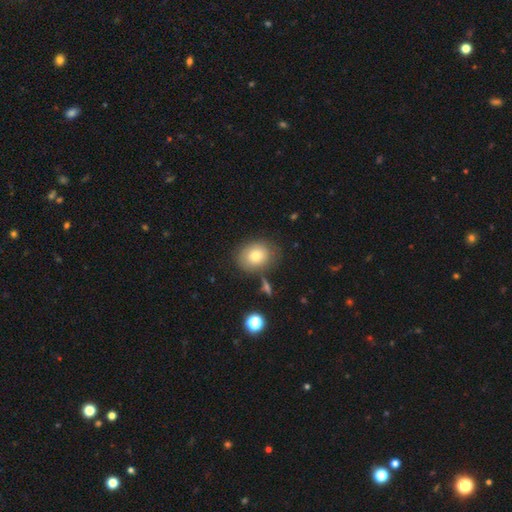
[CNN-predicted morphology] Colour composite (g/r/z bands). It shows a smooth galaxy with no disk features (77%) that is round (56%). Merging: none (76%).